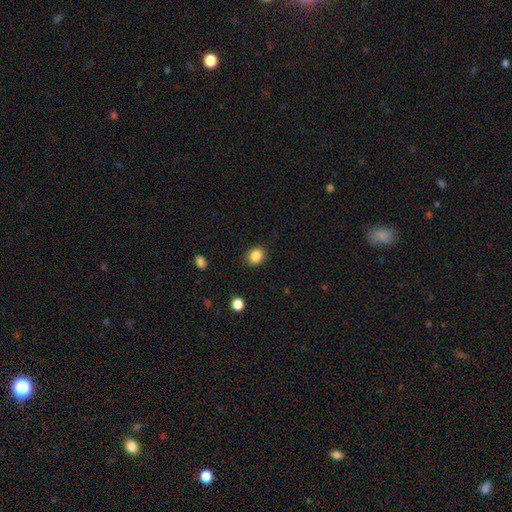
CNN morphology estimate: Smooth or featured: smooth — 86% (star or artifact — 10%)
How rounded: round — 59% (in between — 41%)
Merging: none — 86% (minor disturbance — 10%)